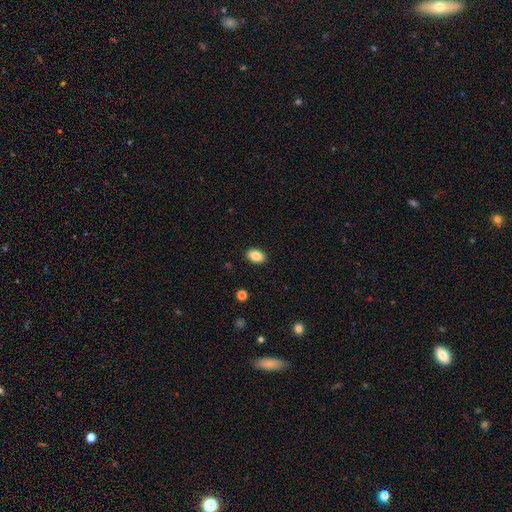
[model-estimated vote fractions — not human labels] This appears to be a smooth galaxy with no disk features (86%) that is in between round and cigar-shaped (87%). Merging: none (90%).